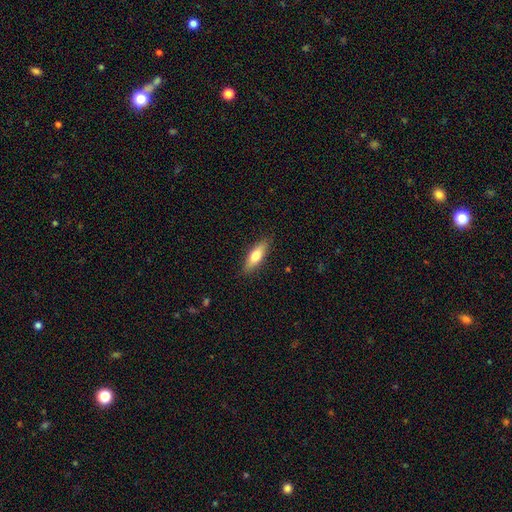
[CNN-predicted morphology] Smooth or featured?
  - smooth: 69% *
  - featured or disk: 25%
  - star or artifact: 6%
How rounded?
  - in between: 55% *
  - cigar-shaped: 42%
  - round: 2%
Merging?
  - none: 88% *
  - minor disturbance: 10%
  - major disturbance: 2%
  - merger: 1%